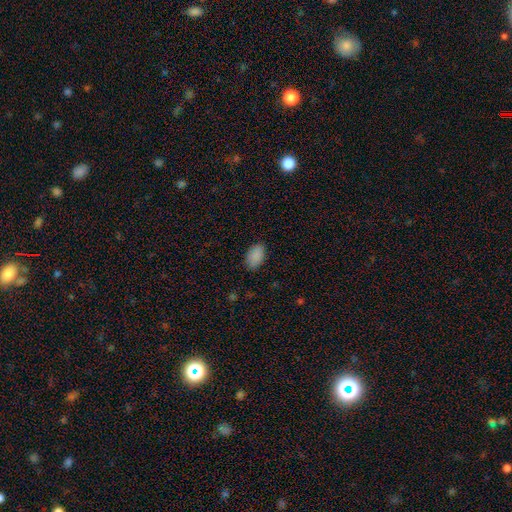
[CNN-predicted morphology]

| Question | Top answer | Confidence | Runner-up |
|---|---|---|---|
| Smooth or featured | smooth | 89% | star or artifact (7%) |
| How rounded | in between | 93% | round (5%) |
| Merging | none | 83% | minor disturbance (13%) |